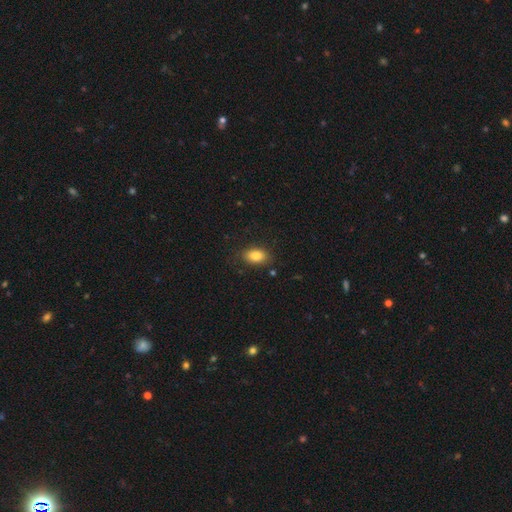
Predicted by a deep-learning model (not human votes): smooth 84%, star or artifact 9%, featured or disk 7%. Down the decision tree: how rounded — in between (87%); merging — none (84%).